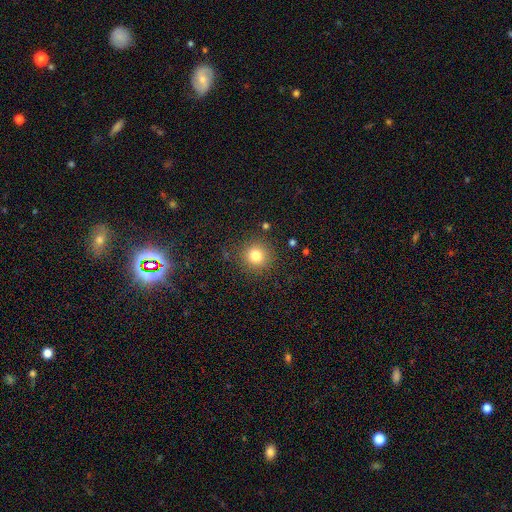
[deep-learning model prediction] The model was most divided on "smooth or featured": smooth: 80%, star or artifact: 13%, featured or disk: 7%. More confident: how rounded — round (92%); merging — none (87%).